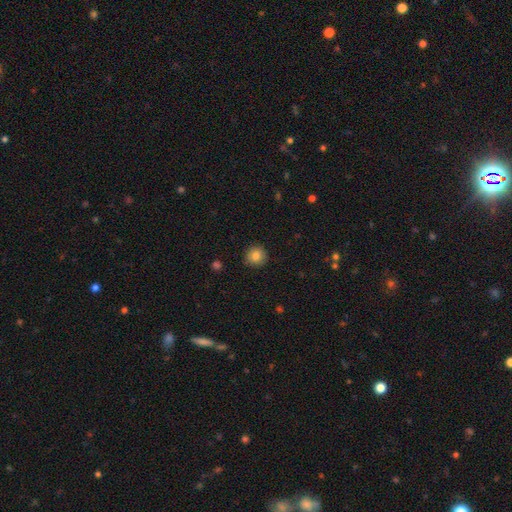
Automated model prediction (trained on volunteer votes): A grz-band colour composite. It shows a smooth galaxy with no disk features (83%) that is round (93%). Merging: none (90%).